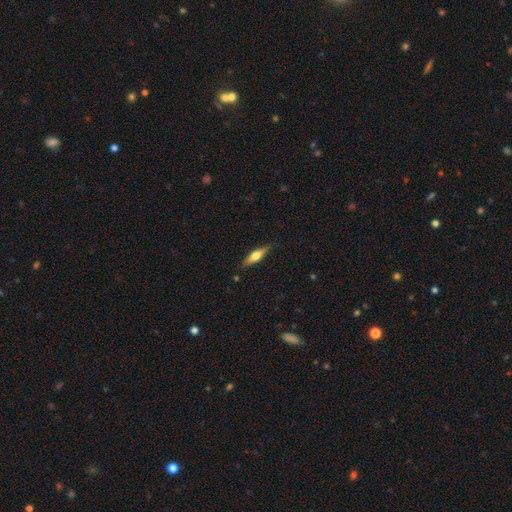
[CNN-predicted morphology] Smooth or featured?
  - smooth: 48% *
  - featured or disk: 46%
  - star or artifact: 6%
Merging?
  - none: 85% *
  - minor disturbance: 12%
  - major disturbance: 2%
  - merger: 1%